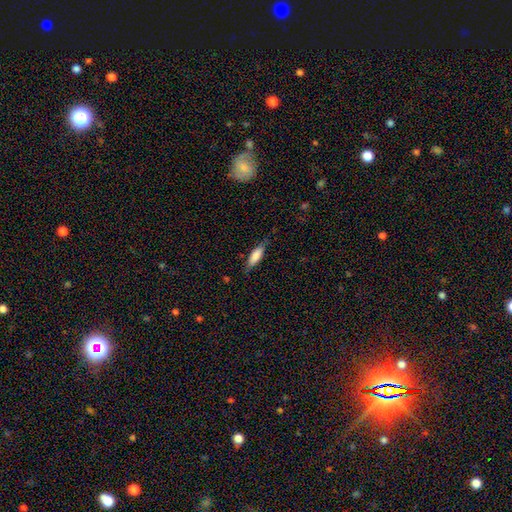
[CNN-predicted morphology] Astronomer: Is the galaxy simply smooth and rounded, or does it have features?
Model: smooth — 78%.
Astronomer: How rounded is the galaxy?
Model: in between — 51% (runner-up: cigar-shaped, 48%).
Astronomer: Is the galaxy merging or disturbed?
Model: none — 76%.